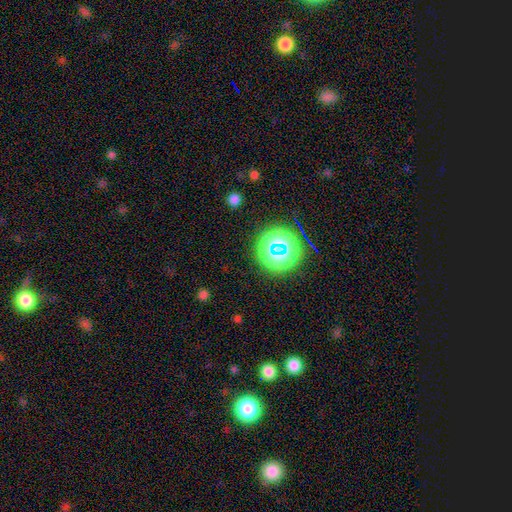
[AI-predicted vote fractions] This appears to be a star or artifact, not a galaxy (79%).